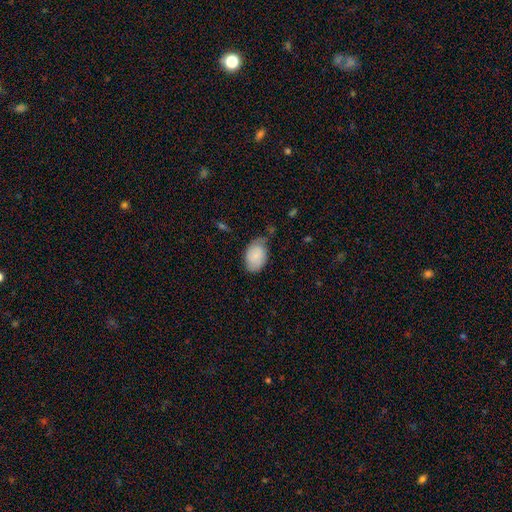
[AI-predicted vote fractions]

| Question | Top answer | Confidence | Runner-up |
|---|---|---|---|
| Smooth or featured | smooth | 83% | featured or disk (11%) |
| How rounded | in between | 87% | round (12%) |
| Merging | none | 54% | minor disturbance (35%) |